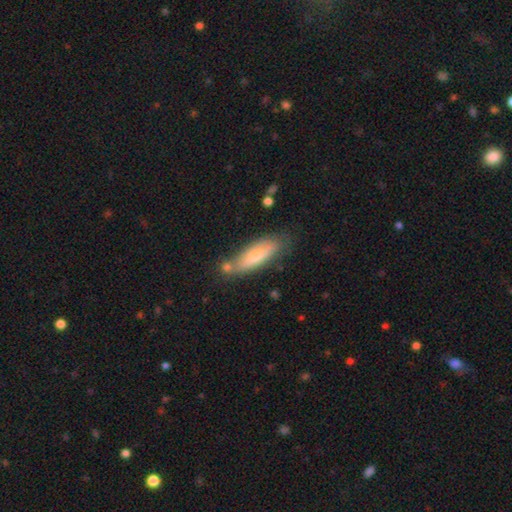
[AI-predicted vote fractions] This appears to be a smooth galaxy with no disk features (66%) that is cigar-shaped (57%). Merging: none (67%).